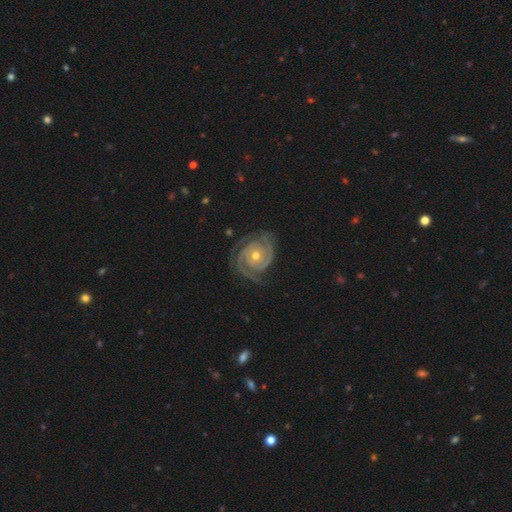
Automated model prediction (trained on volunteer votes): Q: Smooth or featured?
A: featured or disk (93%); runner-up: star or artifact (4%)
Q: Edge-on disk?
A: no (98%); runner-up: yes (2%)
Q: Bar?
A: no (77%); runner-up: weak (16%)
Q: Spiral arms?
A: yes (99%); runner-up: no (1%)
Q: Spiral winding?
A: tight (80%); runner-up: medium (18%)
Q: Spiral arm count?
A: 2 (55%); runner-up: 3 (27%)
Q: Bulge size?
A: moderate (57%); runner-up: small (40%)
Q: Merging?
A: none (79%); runner-up: minor disturbance (15%)